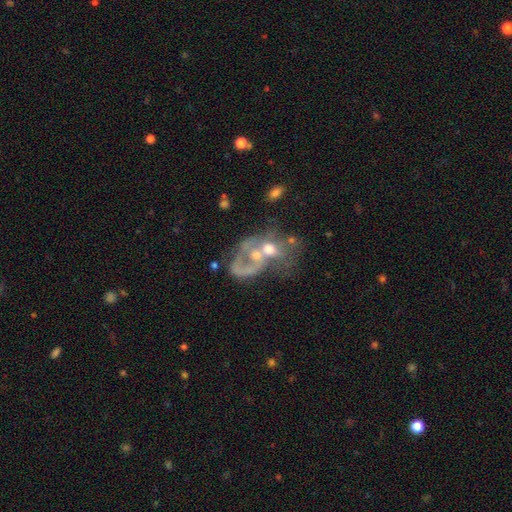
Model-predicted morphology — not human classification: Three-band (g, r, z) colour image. It shows a featured or disk galaxy (63%) with no bar (82%), no spiral arms (65%) and a moderate central bulge (59%). Merging: merger (62%).